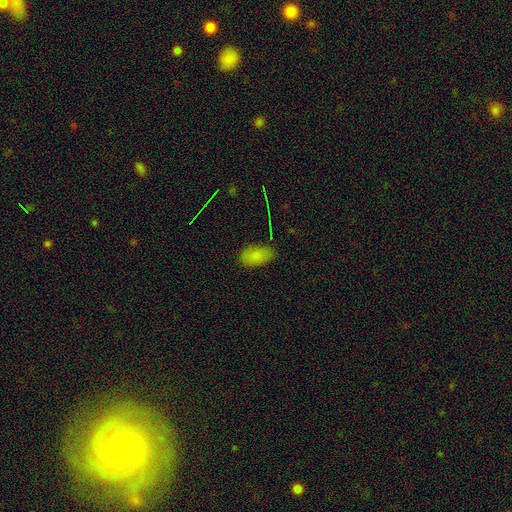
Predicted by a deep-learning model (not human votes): Smooth or featured? Predicted: smooth (p=0.81). How rounded? Predicted: in between (p=0.93). Merging? Predicted: none (p=0.79).